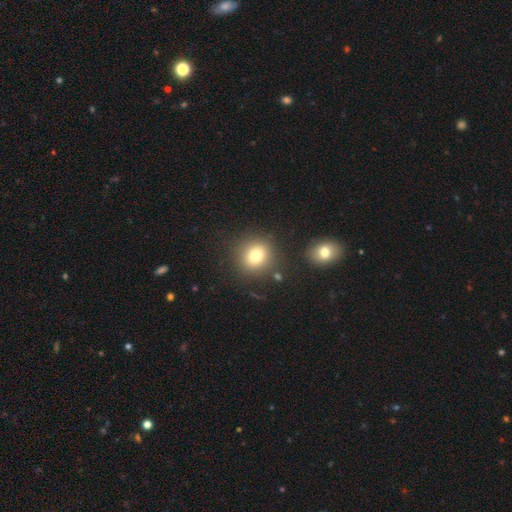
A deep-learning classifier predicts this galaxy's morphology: smooth 77%, star or artifact 13%, featured or disk 10%. Down the decision tree: how rounded — round (87%); merging — none (83%).